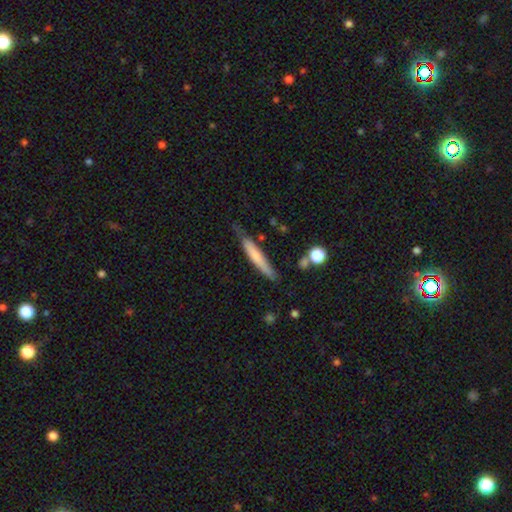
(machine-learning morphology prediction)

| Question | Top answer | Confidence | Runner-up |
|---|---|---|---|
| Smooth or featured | smooth | 63% | featured or disk (31%) |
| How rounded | cigar-shaped | 92% | in between (6%) |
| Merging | none | 65% | minor disturbance (25%) |